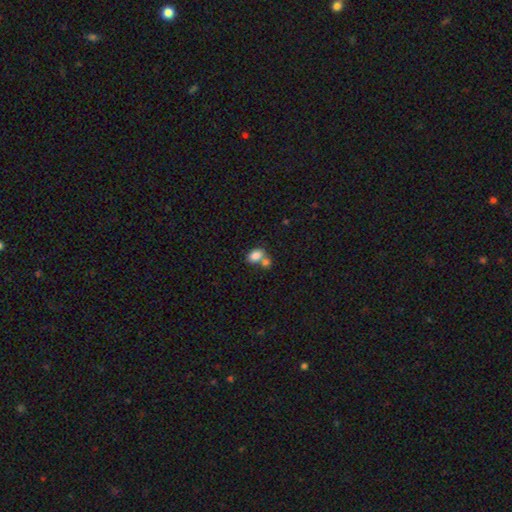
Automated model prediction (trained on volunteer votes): Overall: smooth (83%). How rounded: in between (80%). Merging: merger (47%; none 40%).